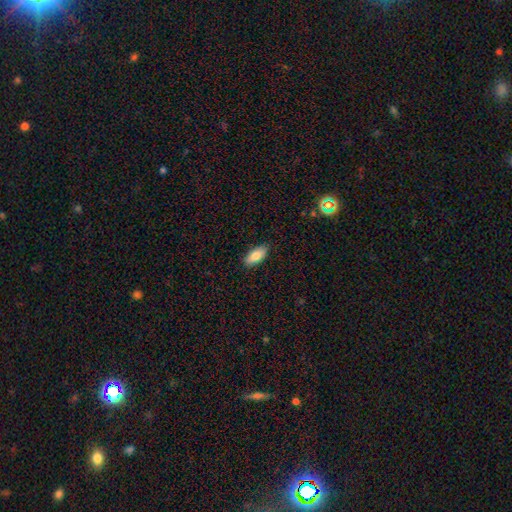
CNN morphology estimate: Smooth or featured? smooth (82%)
How rounded? in between (87%)
Merging? none (87%)